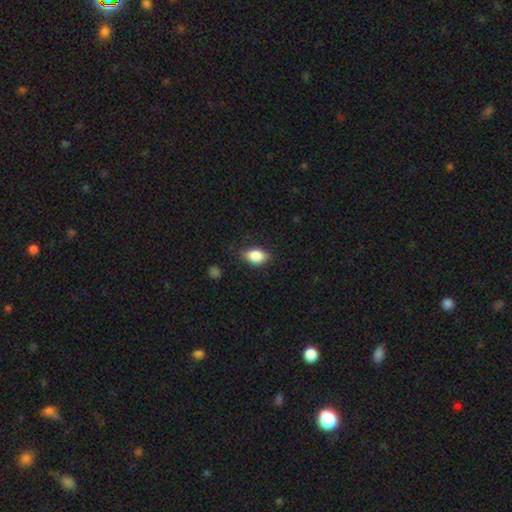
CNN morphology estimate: A smooth galaxy with no disk features (86%) that is in between round and cigar-shaped (84%).

Vote fractions:
- Smooth or featured? smooth: 86% / star or artifact: 8% / featured or disk: 6%
- How rounded? in between: 84% / round: 14% / cigar-shaped: 2%
- Merging? none: 79% / minor disturbance: 16% / major disturbance: 3% / merger: 1%